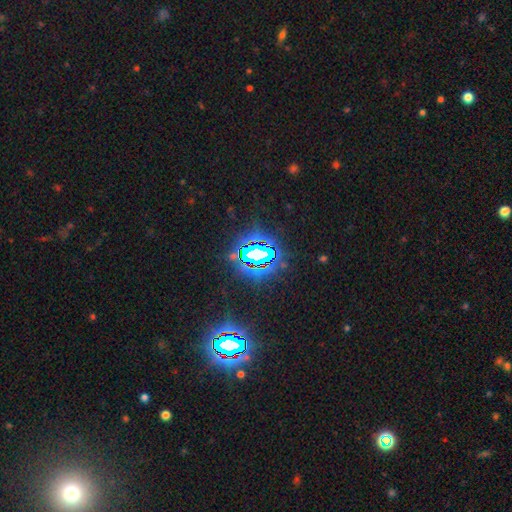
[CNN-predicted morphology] star or artifact 77%, smooth 12%, featured or disk 11%.